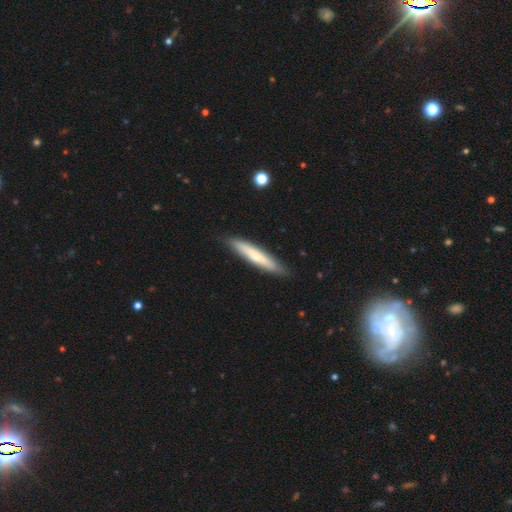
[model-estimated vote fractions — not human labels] This is likely a smooth galaxy (60%). How rounded: clearly cigar-shaped (92%). Merging: clearly none (88%).